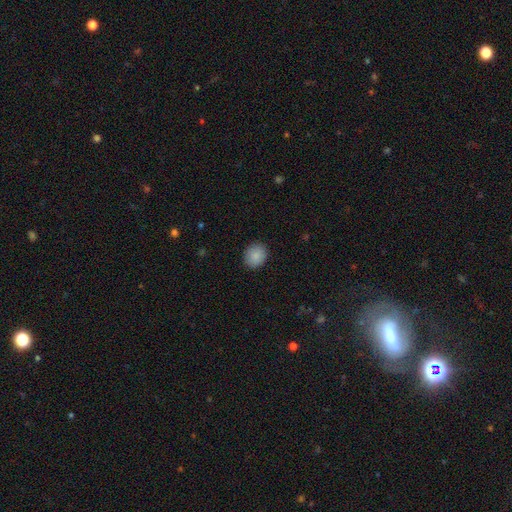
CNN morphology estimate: This is clearly a smooth galaxy (88%). How rounded: likely round (64%). Merging: clearly none (90%).